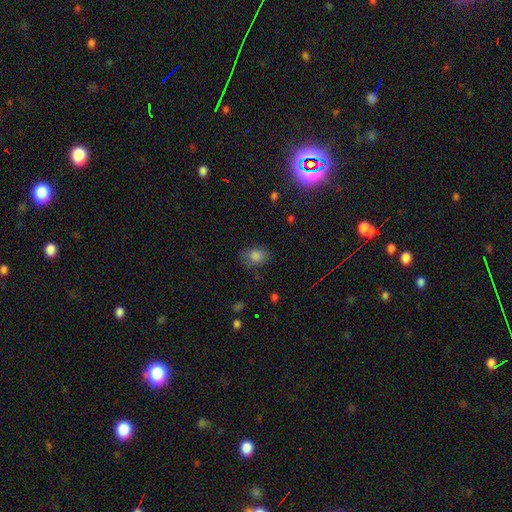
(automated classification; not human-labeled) smooth_or_featured: smooth (p=0.82) [alt: star or artifact p=0.10]
how_rounded: in between (p=0.68) [alt: round p=0.31]
merging: none (p=0.72) [alt: minor disturbance p=0.20]